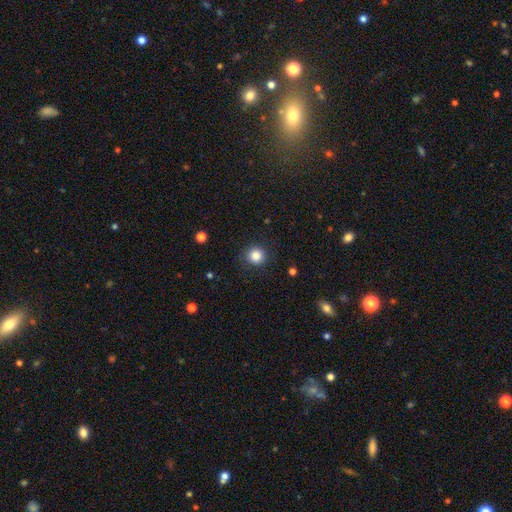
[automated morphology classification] smooth_or_featured: smooth (p=0.85) [alt: star or artifact p=0.11]
how_rounded: round (p=0.92) [alt: in between p=0.07]
merging: none (p=0.88) [alt: minor disturbance p=0.08]